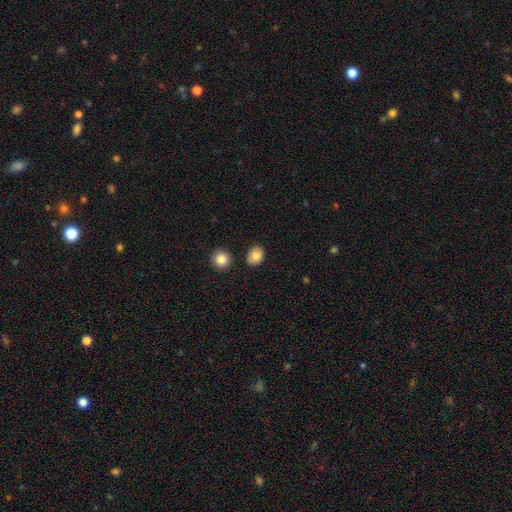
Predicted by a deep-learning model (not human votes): Morphology: type=smooth (82%); roundness=in between (52%); merging=none (84%).